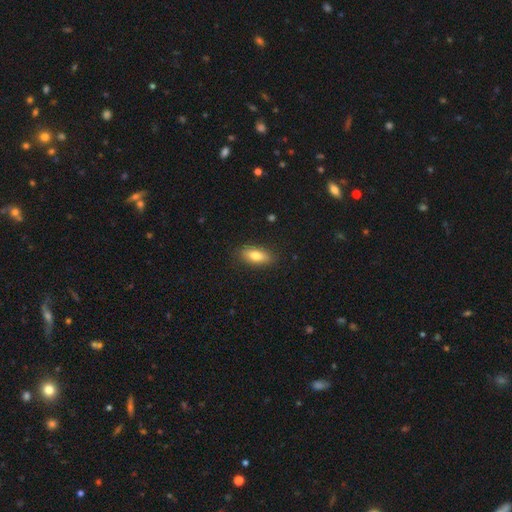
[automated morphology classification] smooth-or-featured: smooth: 77% | featured or disk: 16% | star or artifact: 7%
  how-rounded: in between: 78% | cigar-shaped: 19% | round: 3%
  merging: none: 85% | minor disturbance: 11% | major disturbance: 2% | merger: 1%